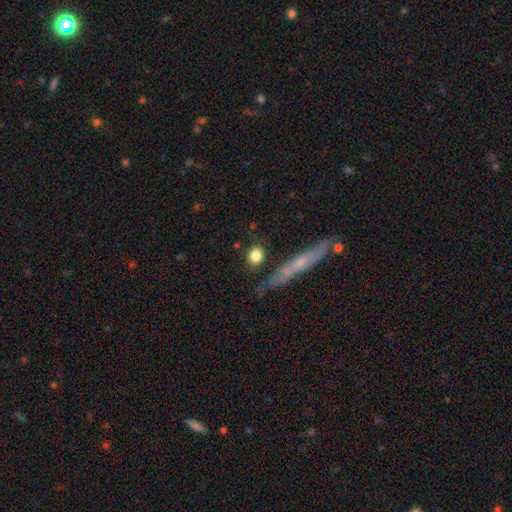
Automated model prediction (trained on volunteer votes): This is clearly a smooth galaxy (82%). How rounded: likely round (68%). Merging: clearly none (81%).